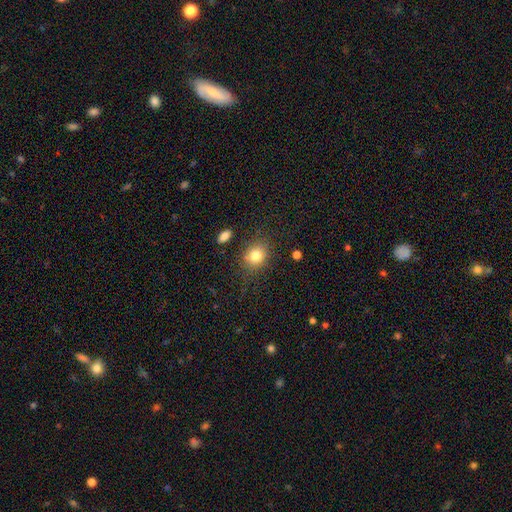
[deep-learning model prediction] This is clearly a smooth galaxy (80%). How rounded: possibly round (57%). Merging: likely none (79%).